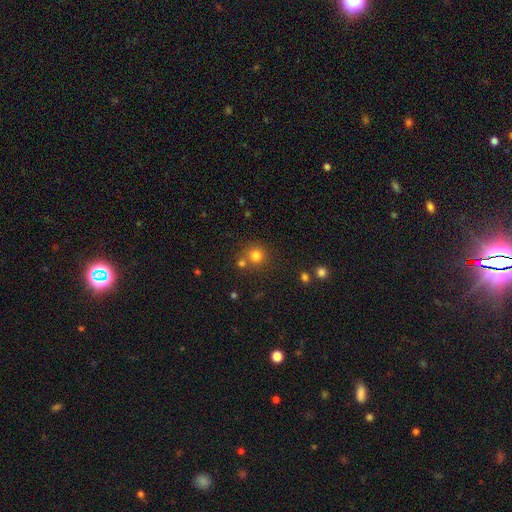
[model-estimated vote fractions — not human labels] smooth 78%, star or artifact 15%, featured or disk 7%. Down the decision tree: how rounded — round (92%); merging — none (69%).